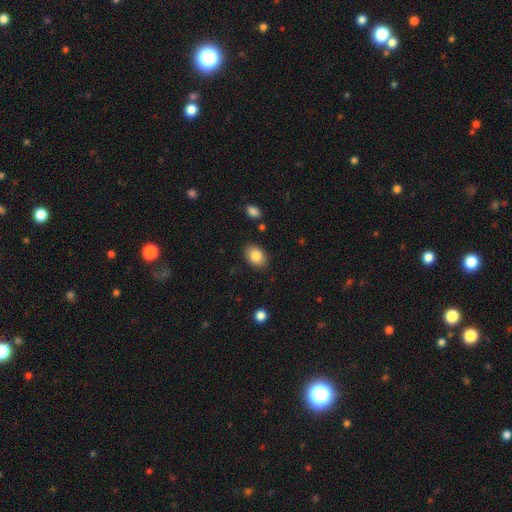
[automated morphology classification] type=smooth (85%); roundness=in between (77%); merging=none (86%).